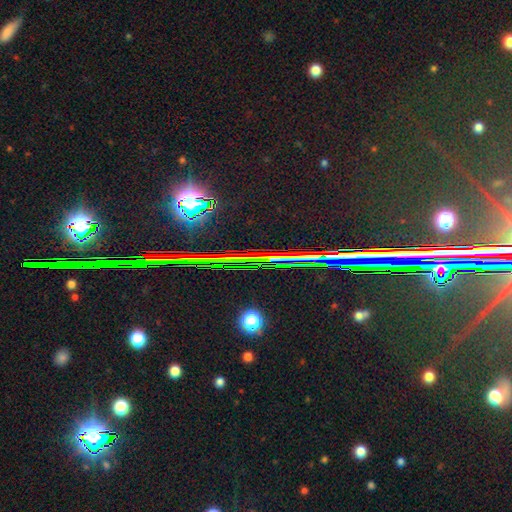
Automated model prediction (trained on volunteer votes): A star or artifact, not a galaxy (82%).